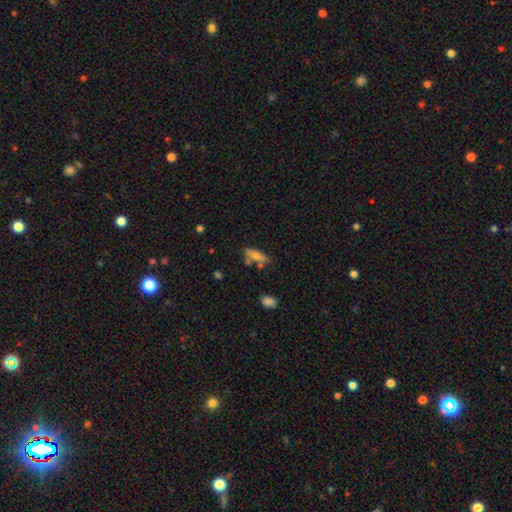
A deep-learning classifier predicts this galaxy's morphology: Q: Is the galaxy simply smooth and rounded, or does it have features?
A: smooth — 76%.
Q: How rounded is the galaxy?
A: in between — 56%.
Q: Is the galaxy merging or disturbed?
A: none — 59%.